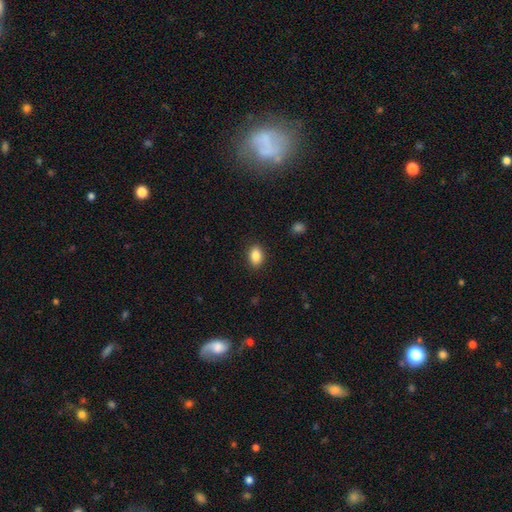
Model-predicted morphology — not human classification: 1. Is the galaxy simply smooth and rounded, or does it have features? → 86% smooth, 8% star or artifact, 5% featured or disk.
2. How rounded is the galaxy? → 83% in between, 15% round, 2% cigar-shaped.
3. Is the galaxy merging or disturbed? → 89% none, 8% minor disturbance, 2% major disturbance, 1% merger.